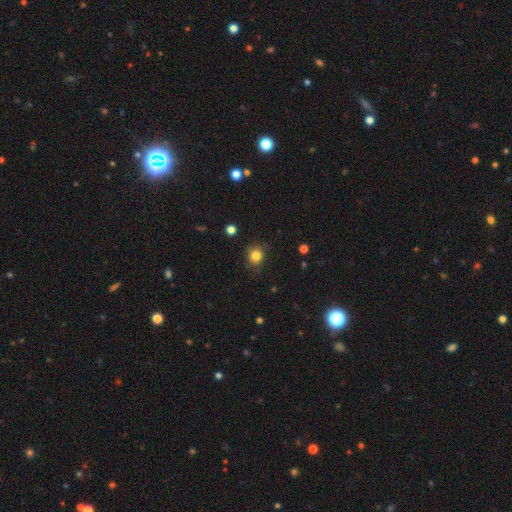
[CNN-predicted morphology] Overall: smooth (83%). How rounded: round (83%). Merging: none (80%).